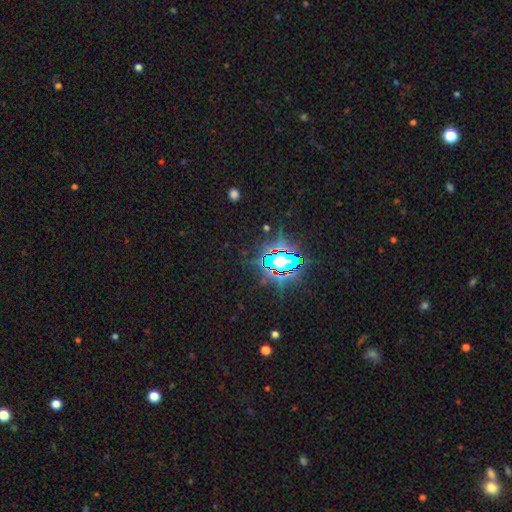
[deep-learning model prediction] Smooth or featured? Predicted: star or artifact (p=0.85).